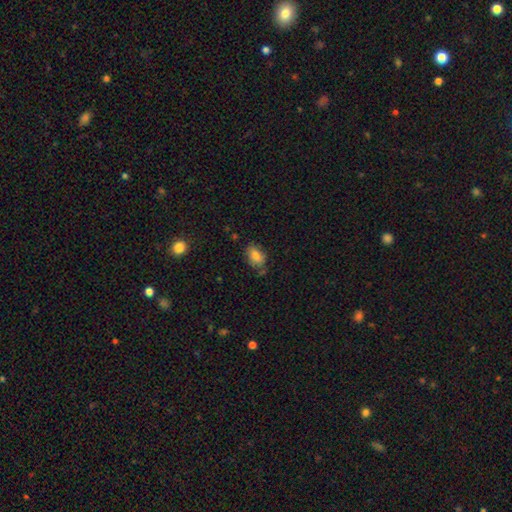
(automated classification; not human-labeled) smooth 79%, featured or disk 12%, star or artifact 9%. Down the decision tree: how rounded — in between (84%); merging — none (69%).